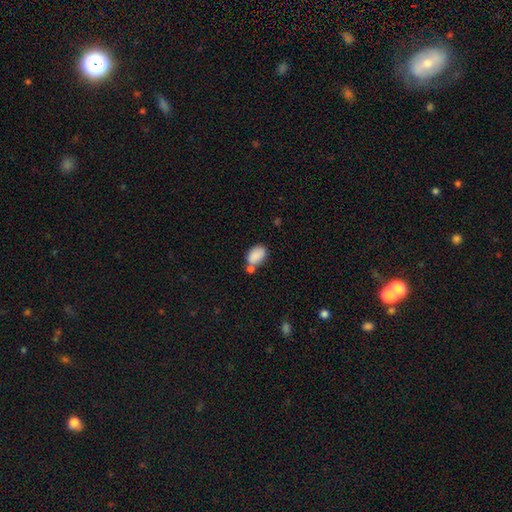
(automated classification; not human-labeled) A smooth galaxy with no disk features (86%) that is in between round and cigar-shaped (88%). Merging: none (48%).